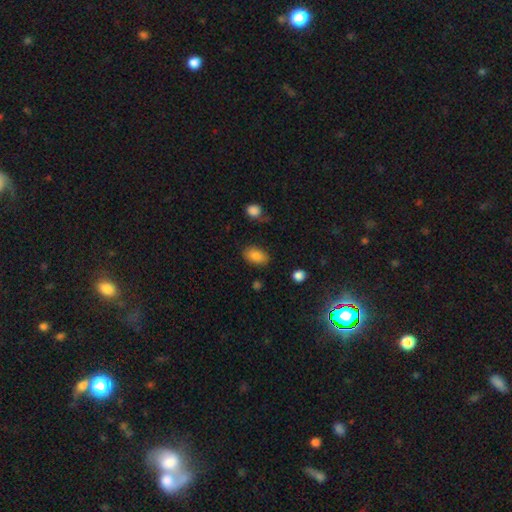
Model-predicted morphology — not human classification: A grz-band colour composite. It shows a smooth galaxy with no disk features (85%) that is in between round and cigar-shaped (90%). Merging: none (81%).